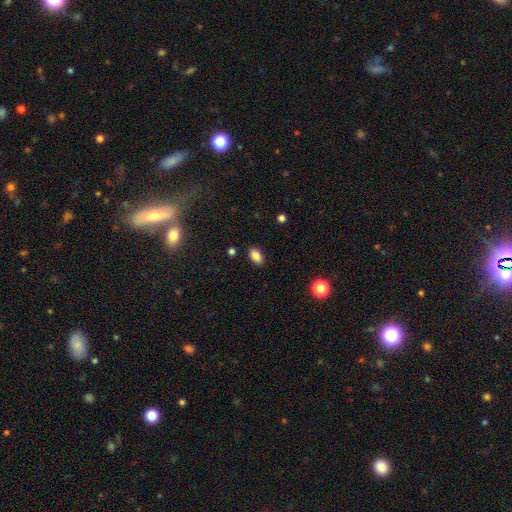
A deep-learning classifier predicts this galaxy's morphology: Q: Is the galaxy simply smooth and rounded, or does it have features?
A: smooth — 85%.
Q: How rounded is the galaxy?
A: in between — 90%.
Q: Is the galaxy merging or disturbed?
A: none — 88%.